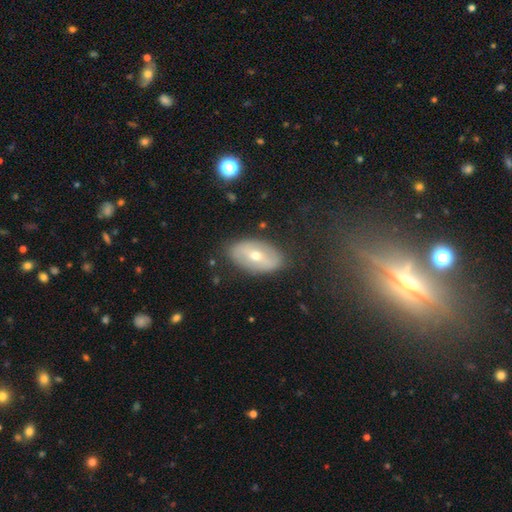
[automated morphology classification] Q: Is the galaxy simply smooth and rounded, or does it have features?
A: featured or disk — 53%.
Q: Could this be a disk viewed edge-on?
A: no — 89%.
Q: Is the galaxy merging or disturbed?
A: none — 82%.